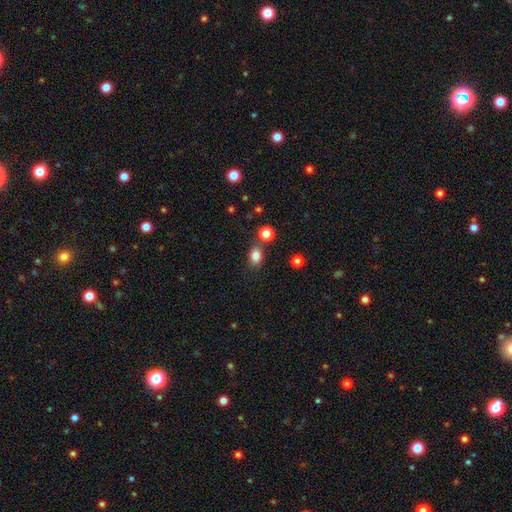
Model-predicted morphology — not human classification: smooth-or-featured: smooth: 82% | star or artifact: 12% | featured or disk: 7%
  how-rounded: in between: 70% | round: 28% | cigar-shaped: 2%
  merging: none: 70% | merger: 13% | minor disturbance: 13% | major disturbance: 4%